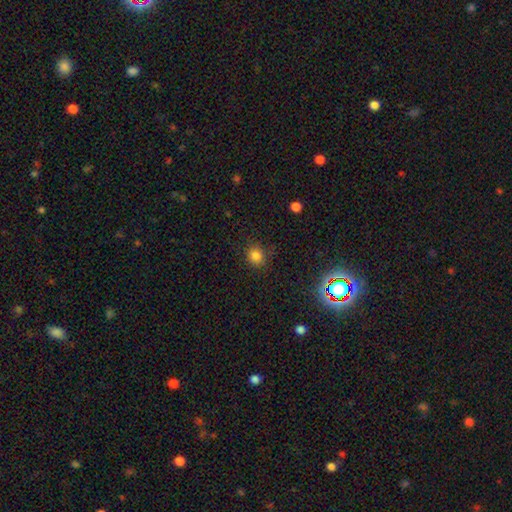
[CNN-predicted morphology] Overall: smooth (79%). How rounded: round (85%). Merging: none (81%).